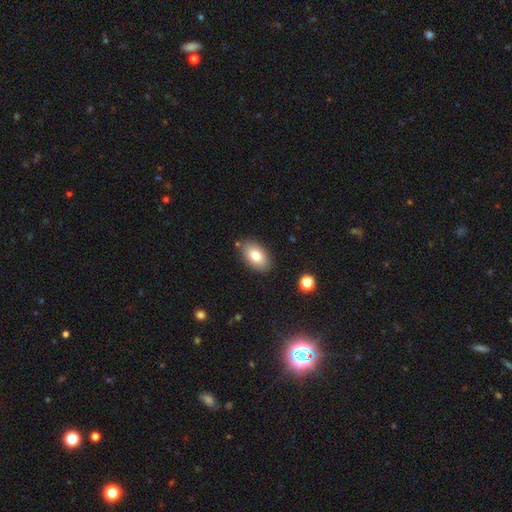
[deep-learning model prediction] Q: Smooth or featured?
A: smooth (79%); runner-up: featured or disk (13%)
Q: How rounded?
A: in between (93%); runner-up: round (5%)
Q: Merging?
A: none (84%); runner-up: minor disturbance (10%)